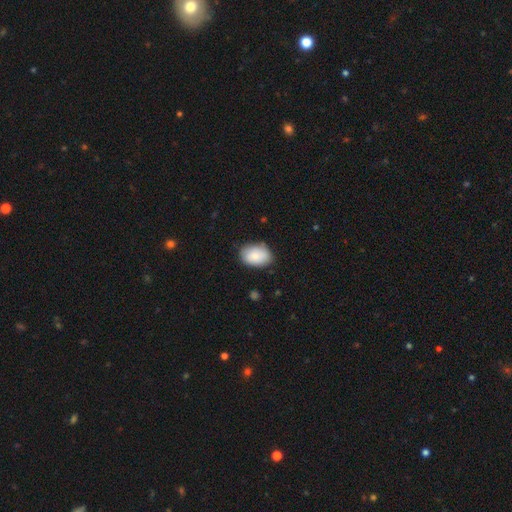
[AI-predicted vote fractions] smooth_or_featured: smooth (p=0.83) [alt: featured or disk p=0.10]
how_rounded: in between (p=0.85) [alt: round p=0.14]
merging: none (p=0.78) [alt: minor disturbance p=0.17]